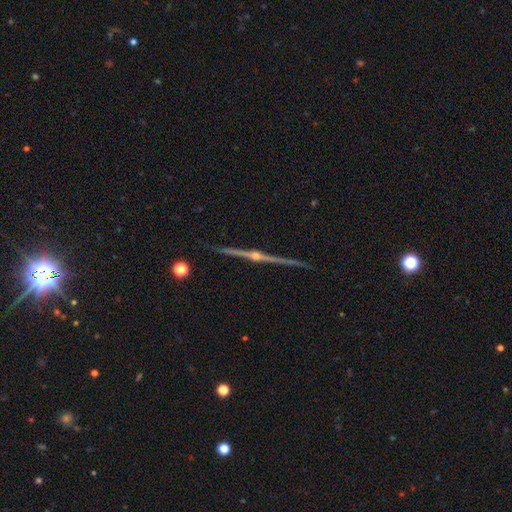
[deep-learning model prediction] Q: Smooth or featured?
A: featured or disk (87%); runner-up: star or artifact (7%)
Q: Edge-on disk?
A: yes (98%); runner-up: no (2%)
Q: Edge-on bulge?
A: rounded (88%); runner-up: none (7%)
Q: Merging?
A: none (91%); runner-up: minor disturbance (5%)